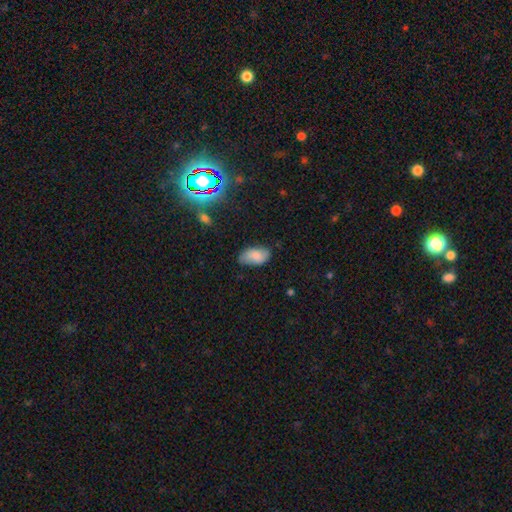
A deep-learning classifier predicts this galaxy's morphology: smooth-or-featured: smooth: 75% | featured or disk: 16% | star or artifact: 9%
  how-rounded: in between: 94% | round: 4% | cigar-shaped: 2%
  merging: none: 71% | minor disturbance: 23% | major disturbance: 5% | merger: 2%